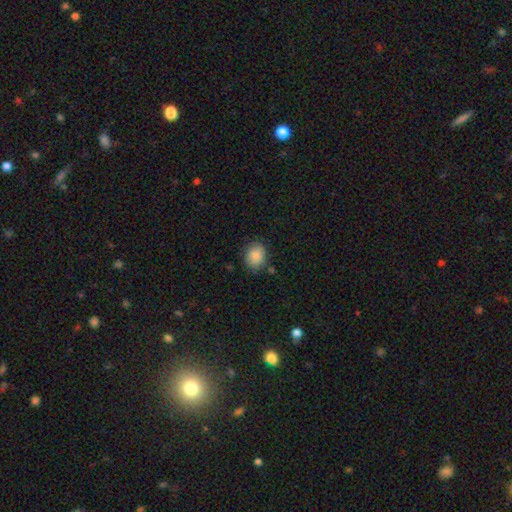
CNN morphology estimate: Overall: smooth (85%). How rounded: round (50%; in between 49%). Merging: none (80%).